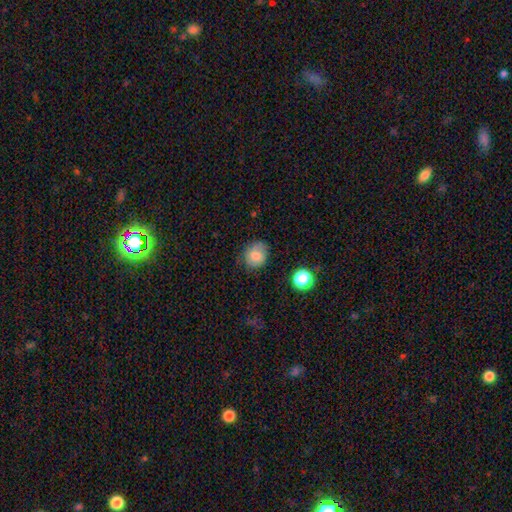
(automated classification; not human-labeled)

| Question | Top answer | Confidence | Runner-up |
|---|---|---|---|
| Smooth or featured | smooth | 79% | featured or disk (10%) |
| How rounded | round | 71% | in between (28%) |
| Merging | none | 71% | minor disturbance (22%) |